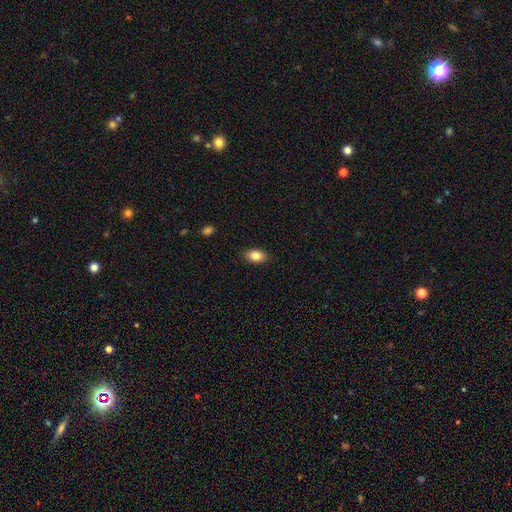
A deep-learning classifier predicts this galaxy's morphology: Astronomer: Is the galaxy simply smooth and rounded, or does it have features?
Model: smooth — 85%.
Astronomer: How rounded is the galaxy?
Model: in between — 89%.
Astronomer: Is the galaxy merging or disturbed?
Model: none — 88%.